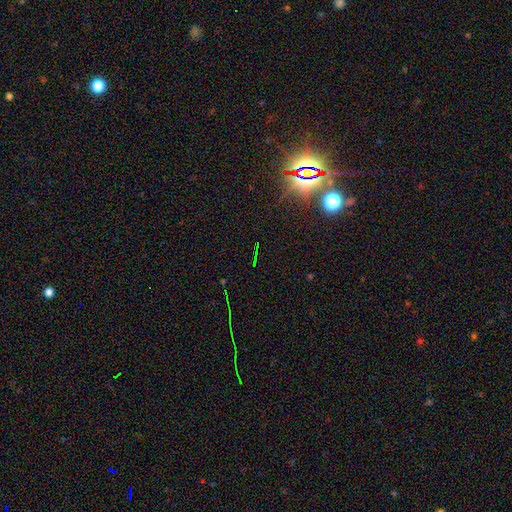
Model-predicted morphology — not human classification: type=star or artifact (79%).